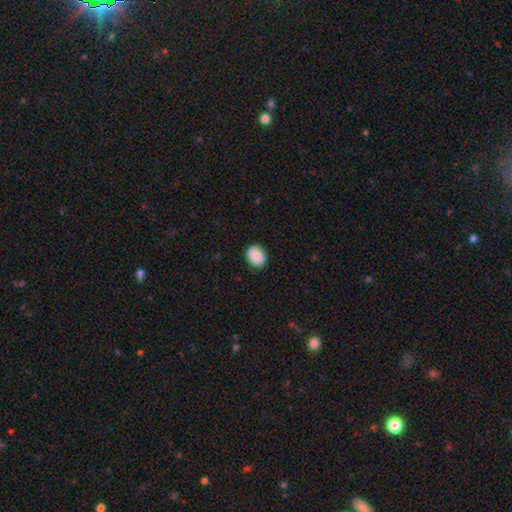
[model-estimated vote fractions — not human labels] This is clearly a smooth galaxy (86%). How rounded: possibly in between (50%). Merging: clearly none (88%).